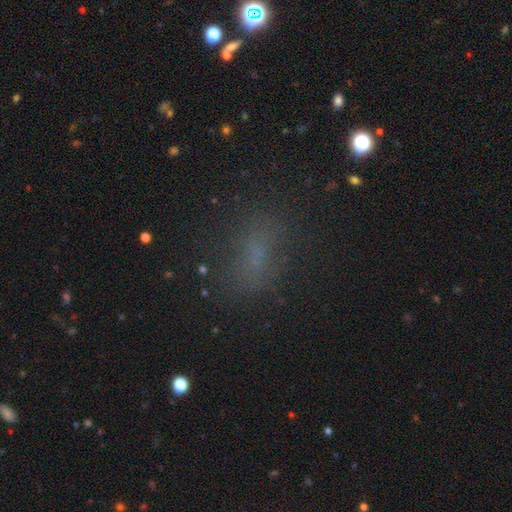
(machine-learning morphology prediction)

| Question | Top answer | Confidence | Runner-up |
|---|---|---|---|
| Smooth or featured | smooth | 62% | star or artifact (25%) |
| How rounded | in between | 73% | round (14%) |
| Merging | none | 74% | minor disturbance (15%) |